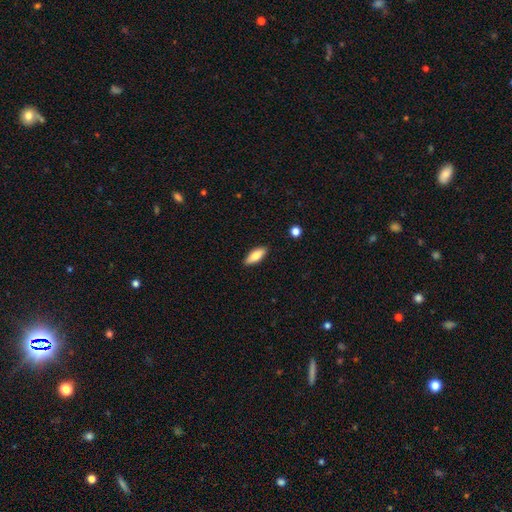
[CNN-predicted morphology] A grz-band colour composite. It shows a smooth galaxy with no disk features (80%) that is in between round and cigar-shaped (70%). Merging: none (88%).